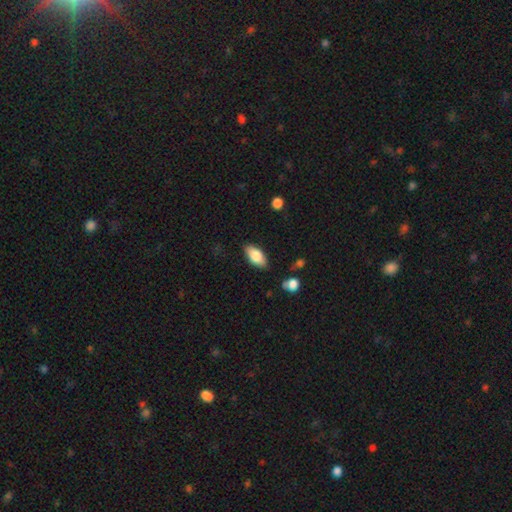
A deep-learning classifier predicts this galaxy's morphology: smooth_or_featured: smooth (p=0.82) [alt: featured or disk p=0.11]
how_rounded: in between (p=0.90) [alt: cigar-shaped p=0.07]
merging: none (p=0.84) [alt: minor disturbance p=0.12]